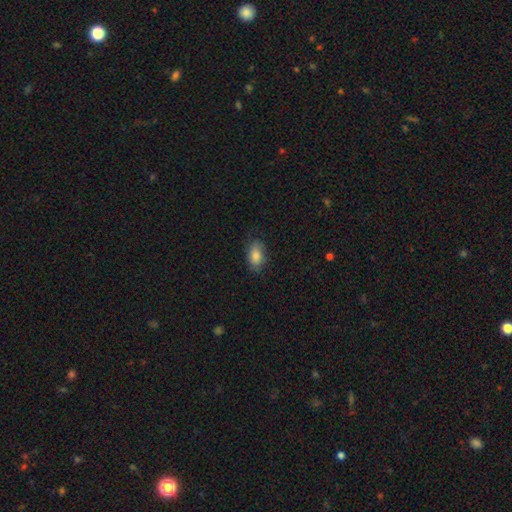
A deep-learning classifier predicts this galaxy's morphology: type=smooth (79%); roundness=in between (89%); merging=none (72%).